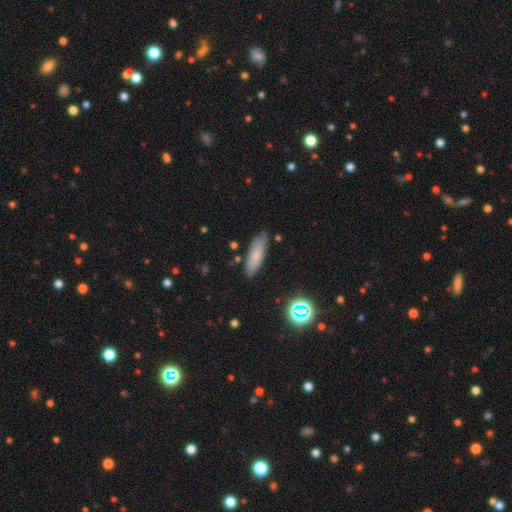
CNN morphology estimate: Smooth or featured? smooth (76%)
How rounded? cigar-shaped (55%)
Merging? none (84%)